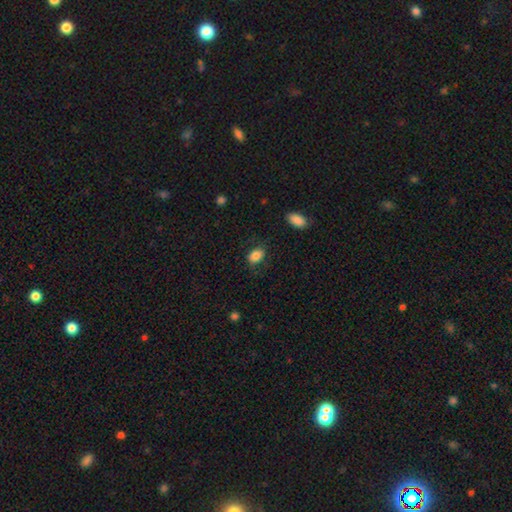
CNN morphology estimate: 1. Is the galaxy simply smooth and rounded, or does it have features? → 85% smooth, 8% star or artifact, 6% featured or disk.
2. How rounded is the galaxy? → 82% in between, 17% round, 1% cigar-shaped.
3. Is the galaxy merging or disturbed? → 74% none, 18% minor disturbance, 6% major disturbance, 1% merger.